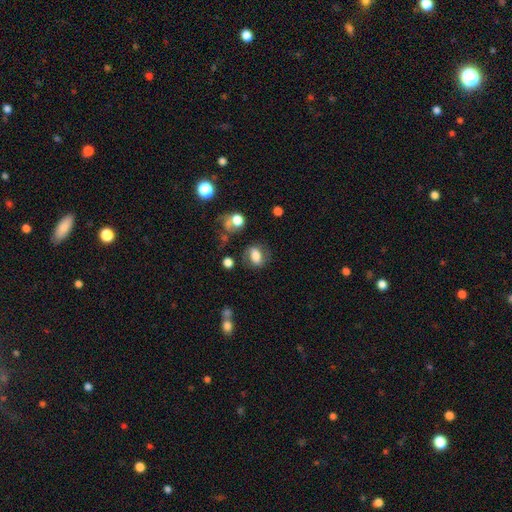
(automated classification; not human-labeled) Smooth or featured: smooth — 65% (featured or disk — 25%)
How rounded: in between — 69% (round — 28%)
Merging: none — 63% (minor disturbance — 21%)